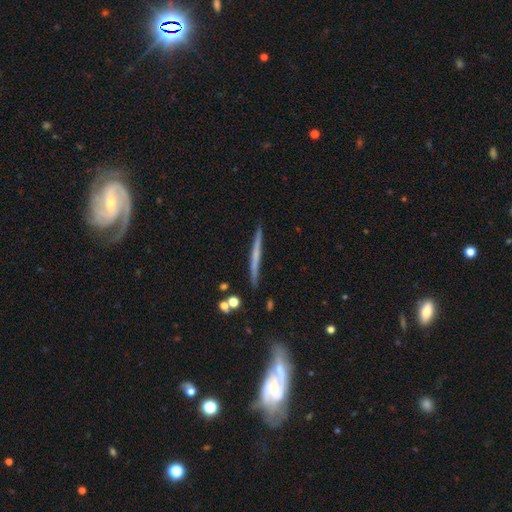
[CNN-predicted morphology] type=featured or disk (52%); edge-on=yes (97%); edge-on bulge=none (84%); merging=none (89%).